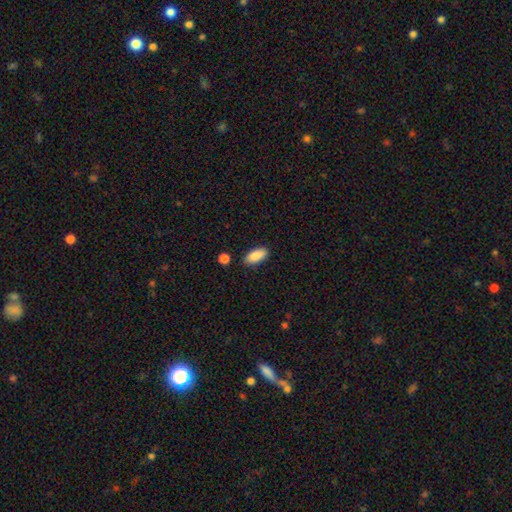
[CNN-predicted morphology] This appears to be a smooth galaxy with no disk features (89%) that is in between round and cigar-shaped (89%). Merging: none (85%).